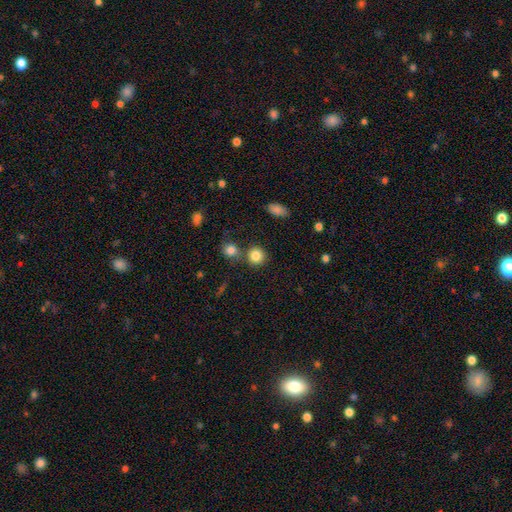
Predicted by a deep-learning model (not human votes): This is clearly a smooth galaxy (85%). How rounded: clearly round (88%). Merging: likely none (74%).